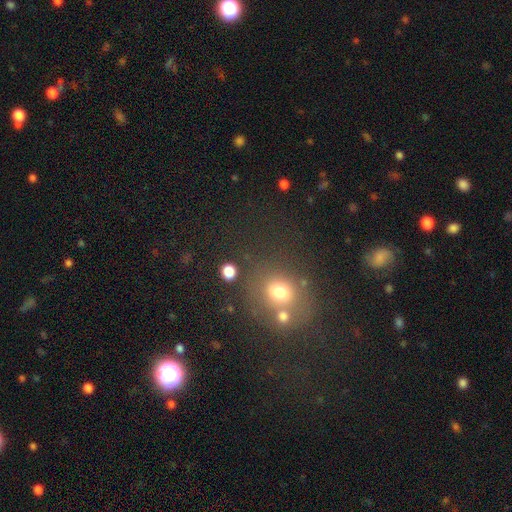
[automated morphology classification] Smooth or featured? Predicted: smooth (p=0.51). How rounded? Predicted: round (p=0.79). Merging? Predicted: none (p=0.61).